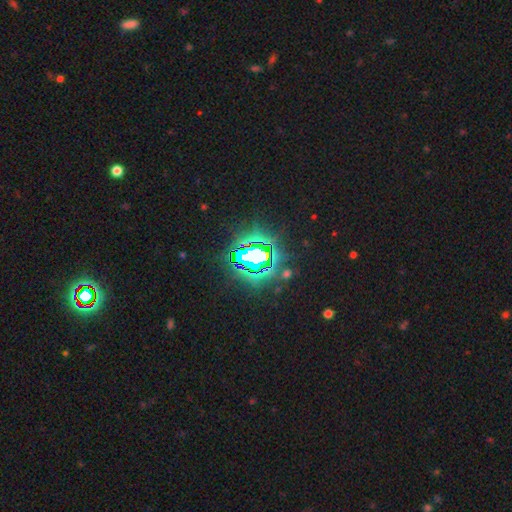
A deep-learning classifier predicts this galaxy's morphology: smooth-or-featured: star or artifact: 78% | smooth: 11% | featured or disk: 10%